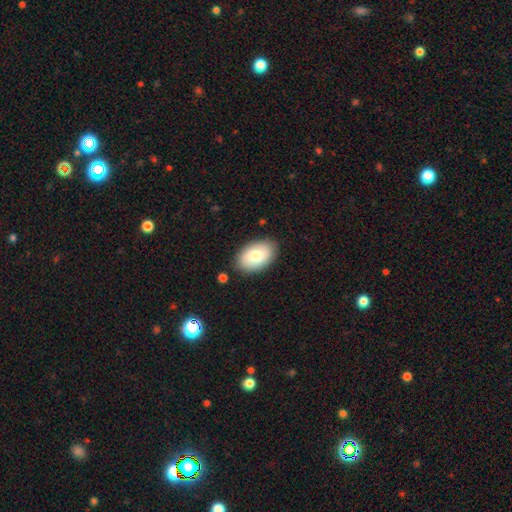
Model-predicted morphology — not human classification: This is likely a smooth galaxy (79%). How rounded: clearly in between (92%). Merging: clearly none (85%).